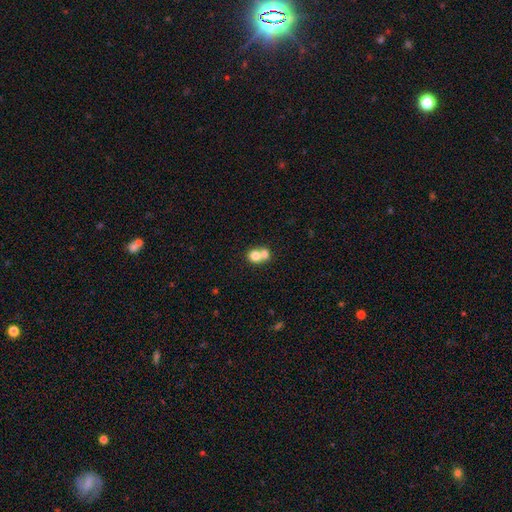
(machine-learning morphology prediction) Smooth or featured: smooth — 76% (featured or disk — 15%)
How rounded: round — 75% (in between — 24%)
Merging: merger — 65% (none — 28%)